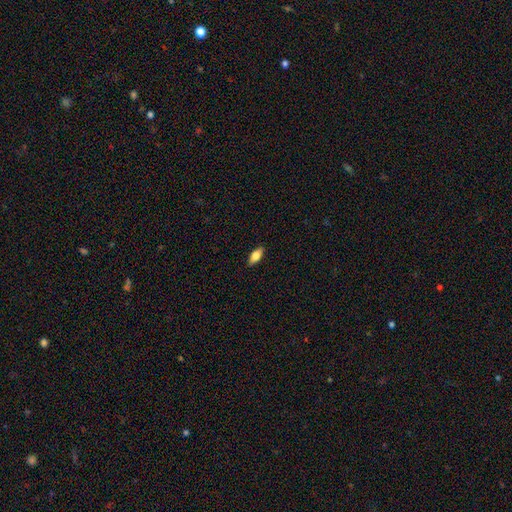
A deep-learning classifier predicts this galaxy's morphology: This appears to be a smooth galaxy with no disk features (76%) that is in between round and cigar-shaped (85%). Merging: none (89%).